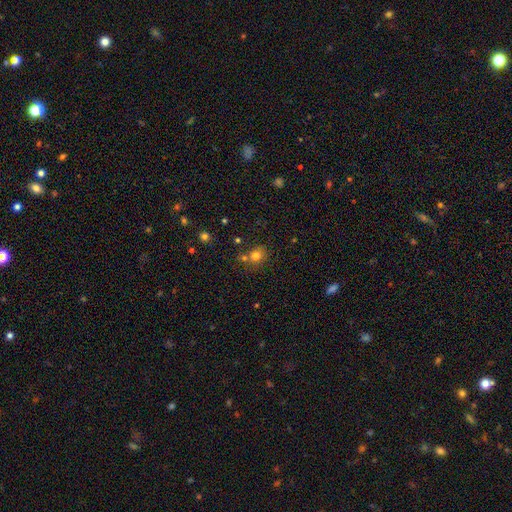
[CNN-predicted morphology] Smooth or featured: smooth — 75% (star or artifact — 16%)
How rounded: round — 69% (in between — 30%)
Merging: none — 63% (merger — 19%)